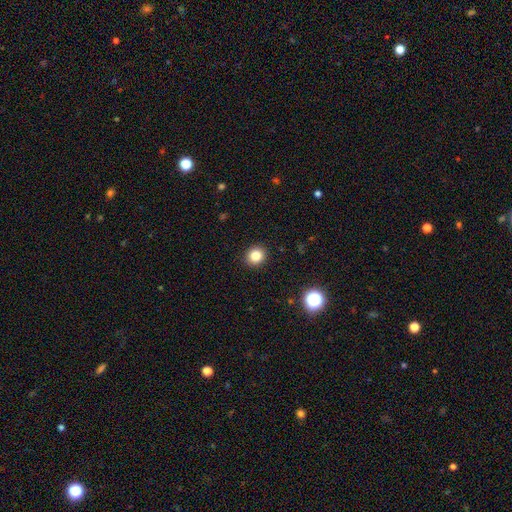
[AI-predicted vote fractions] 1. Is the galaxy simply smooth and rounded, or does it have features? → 82% smooth, 12% star or artifact, 6% featured or disk.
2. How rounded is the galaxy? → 85% round, 14% in between, 1% cigar-shaped.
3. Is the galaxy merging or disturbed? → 92% none, 5% minor disturbance, 2% major disturbance, 1% merger.